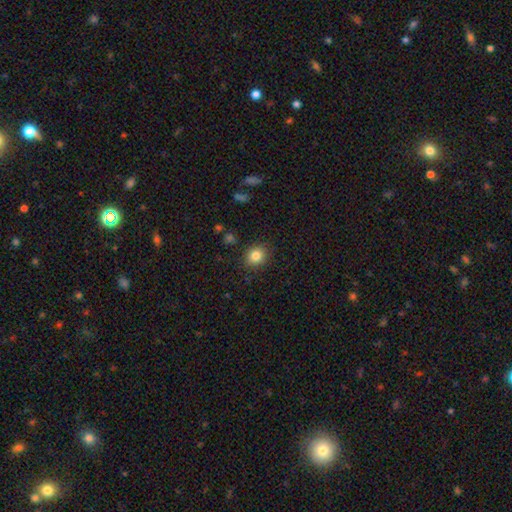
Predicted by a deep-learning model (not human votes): Smooth or featured? smooth (83%)
How rounded? round (71%)
Merging? none (87%)